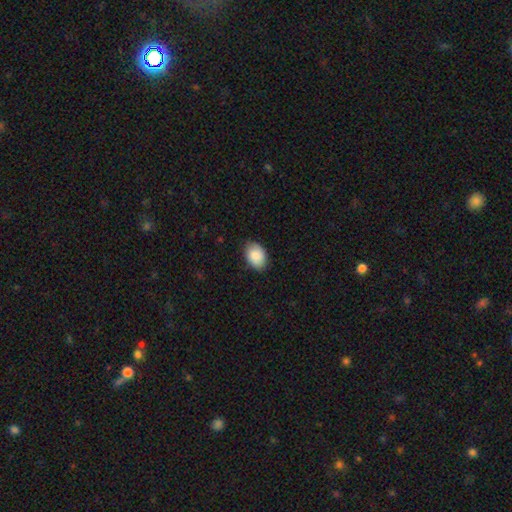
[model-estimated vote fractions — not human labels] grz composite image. It shows a smooth galaxy with no disk features (87%) that is in between round and cigar-shaped (83%). Merging: none (83%).